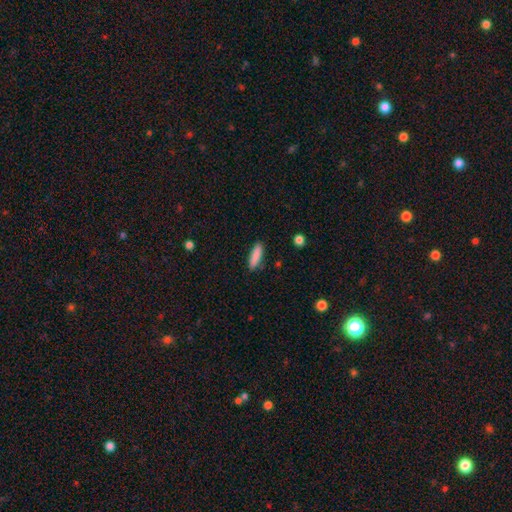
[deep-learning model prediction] smooth_or_featured: smooth (p=0.87) [alt: featured or disk p=0.07]
how_rounded: cigar-shaped (p=0.66) [alt: in between p=0.33]
merging: none (p=0.87) [alt: minor disturbance p=0.09]